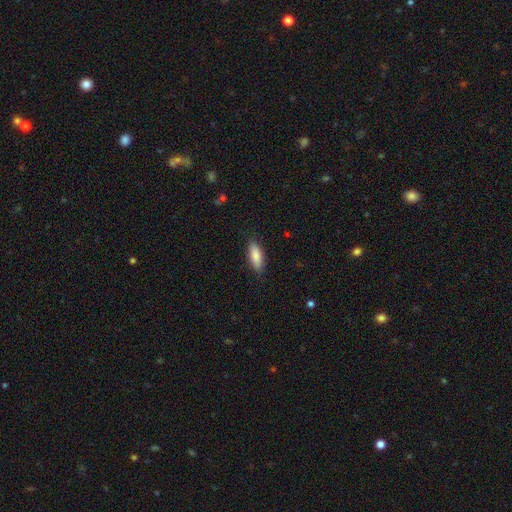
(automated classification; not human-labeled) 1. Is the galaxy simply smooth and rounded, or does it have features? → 85% smooth, 9% featured or disk, 6% star or artifact.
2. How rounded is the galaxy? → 69% in between, 29% cigar-shaped, 2% round.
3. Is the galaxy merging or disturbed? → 86% none, 11% minor disturbance, 2% major disturbance, 1% merger.